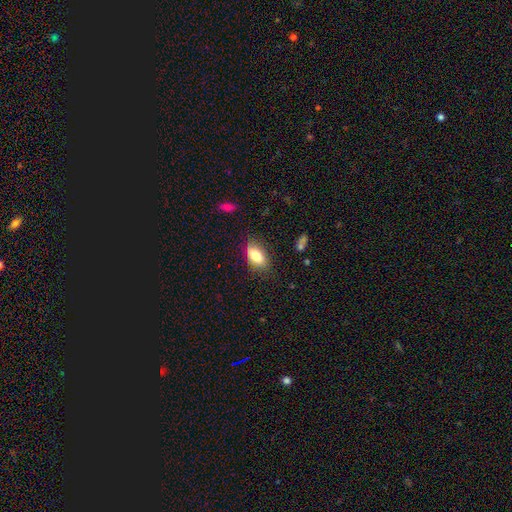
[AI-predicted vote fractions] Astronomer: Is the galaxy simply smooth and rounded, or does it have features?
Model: smooth — 81%.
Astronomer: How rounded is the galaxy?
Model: in between — 89%.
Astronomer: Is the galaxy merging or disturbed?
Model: none — 77%.